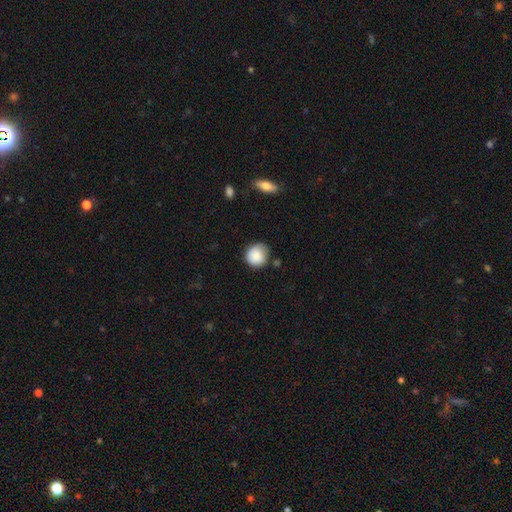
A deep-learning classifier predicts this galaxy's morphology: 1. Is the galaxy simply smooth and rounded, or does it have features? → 86% smooth, 7% star or artifact, 6% featured or disk.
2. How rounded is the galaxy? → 88% round, 11% in between, 1% cigar-shaped.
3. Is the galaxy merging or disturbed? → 66% none, 26% minor disturbance, 5% major disturbance, 3% merger.